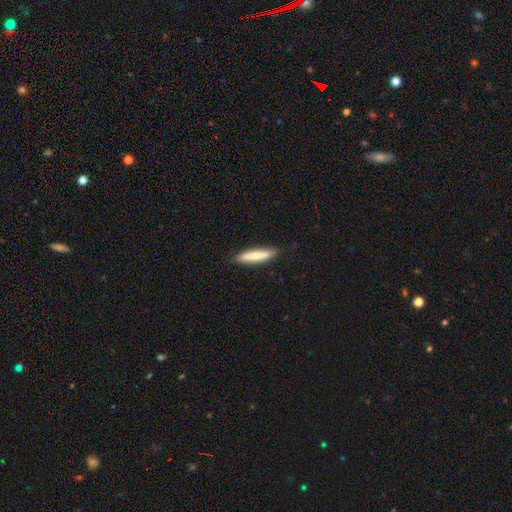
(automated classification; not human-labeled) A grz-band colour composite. It shows a smooth galaxy with no disk features (68%) that is cigar-shaped (83%). Merging: none (86%).